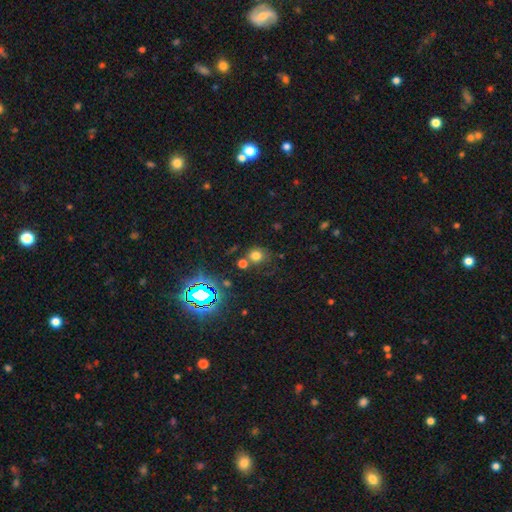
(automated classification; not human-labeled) smooth-or-featured: smooth: 68% | star or artifact: 24% | featured or disk: 8%
  how-rounded: round: 80% | in between: 19% | cigar-shaped: 1%
  merging: none: 63% | merger: 19% | minor disturbance: 12% | major disturbance: 5%